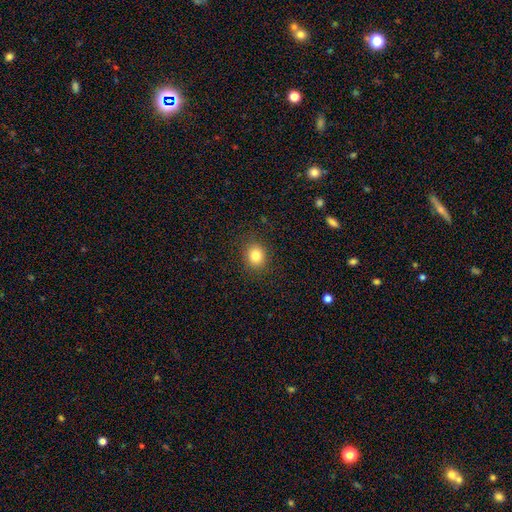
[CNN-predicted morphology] A smooth galaxy with no disk features (83%) that is round (71%). Merging: none (88%).